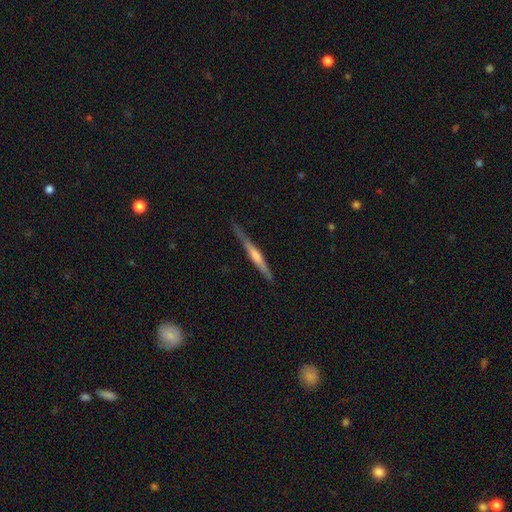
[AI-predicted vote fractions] This appears to be a featured or disk galaxy (73%) viewed edge-on (98%) with a rounded central bulge (69%). Merging: none (83%).